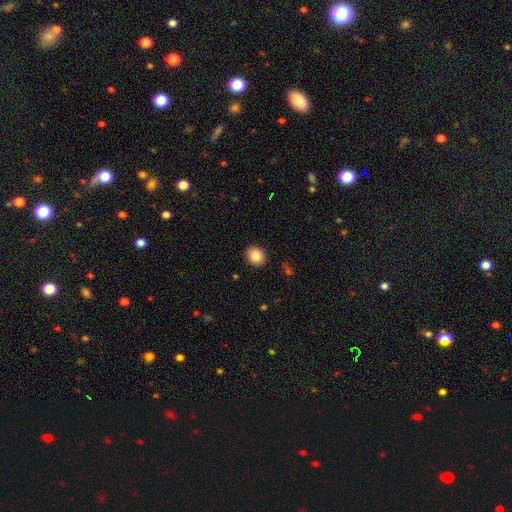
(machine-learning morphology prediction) Overall: smooth (85%). How rounded: round (67%; in between 32%). Merging: none (91%).